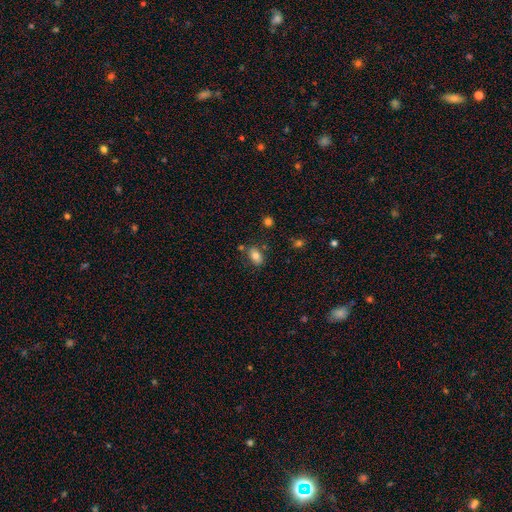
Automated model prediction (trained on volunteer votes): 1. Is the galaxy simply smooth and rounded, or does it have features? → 79% smooth, 11% featured or disk, 9% star or artifact.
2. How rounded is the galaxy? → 87% in between, 11% round, 2% cigar-shaped.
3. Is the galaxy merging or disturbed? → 75% none, 14% minor disturbance, 7% merger, 3% major disturbance.